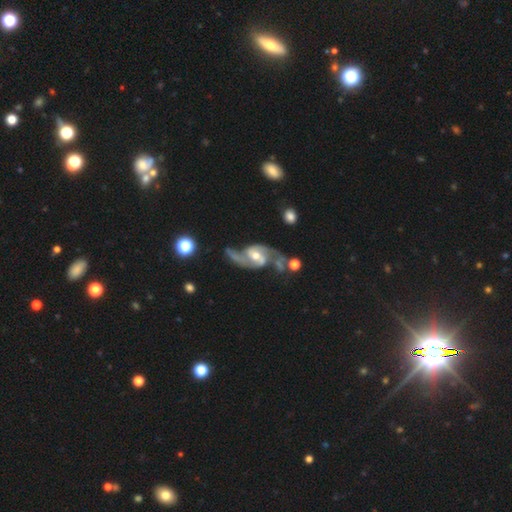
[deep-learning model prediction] featured or disk 92%, star or artifact 4%, smooth 4%. Down the decision tree: edge-on disk — no (97%); bar — weak (45%); spiral arms — yes (97%); spiral arm count — 2 (93%); spiral winding — loose (50%); bulge size — moderate (65%); merging — none (54%).